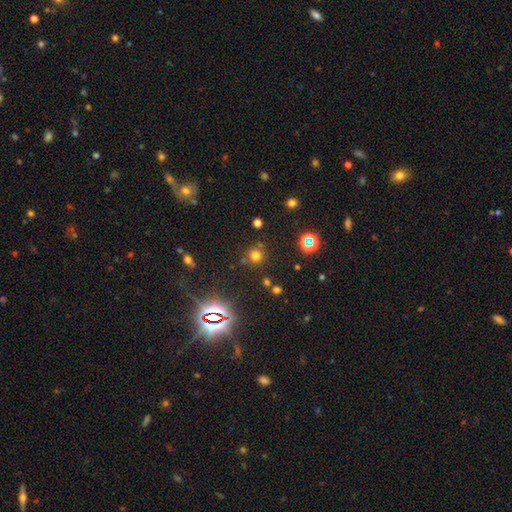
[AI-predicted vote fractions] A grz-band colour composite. It shows a smooth galaxy with no disk features (63%) that is round (93%). Merging: none (79%).